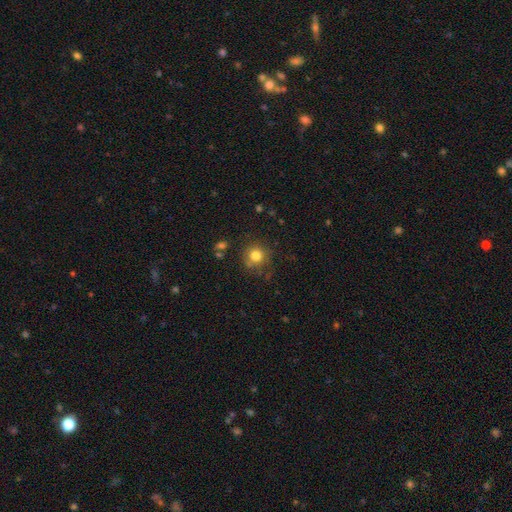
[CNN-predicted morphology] smooth-or-featured: smooth: 80% | star or artifact: 12% | featured or disk: 7%
  how-rounded: round: 91% | in between: 8% | cigar-shaped: 1%
  merging: none: 78% | minor disturbance: 13% | major disturbance: 5% | merger: 4%